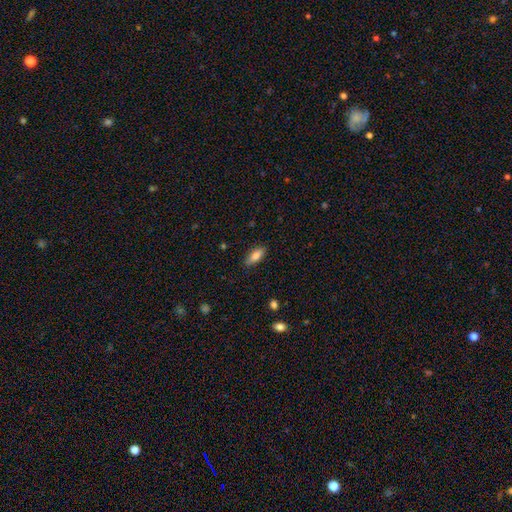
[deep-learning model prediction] A smooth galaxy with no disk features (77%) that is in between round and cigar-shaped (72%).

Vote fractions:
- Smooth or featured? smooth: 77% / featured or disk: 16% / star or artifact: 7%
- How rounded? in between: 72% / cigar-shaped: 25% / round: 2%
- Merging? none: 86% / minor disturbance: 11% / major disturbance: 2% / merger: 1%